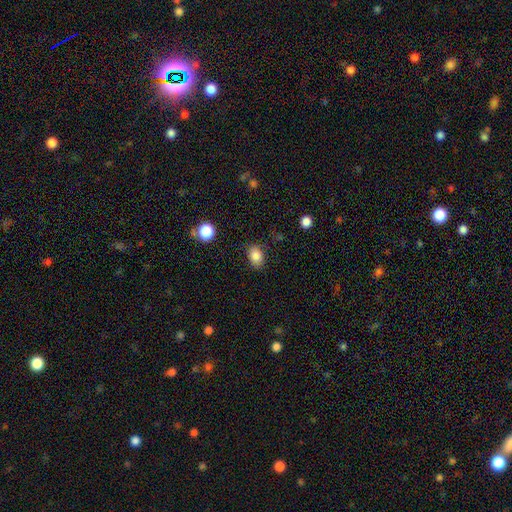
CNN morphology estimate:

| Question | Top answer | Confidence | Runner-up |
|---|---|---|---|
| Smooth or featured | smooth | 85% | star or artifact (10%) |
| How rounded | in between | 71% | round (28%) |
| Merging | none | 81% | minor disturbance (14%) |